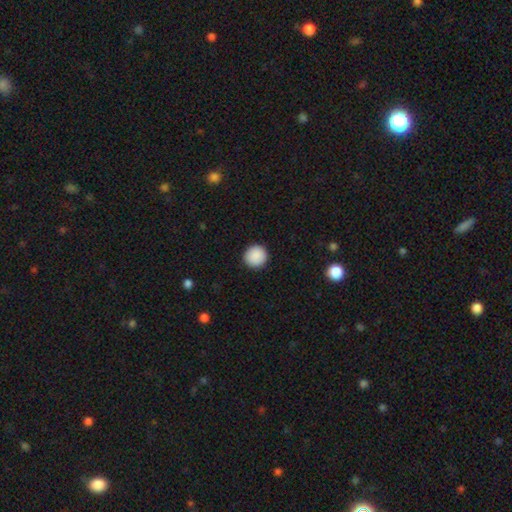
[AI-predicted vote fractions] Morphology: type=smooth (90%); roundness=round (96%); merging=none (93%).